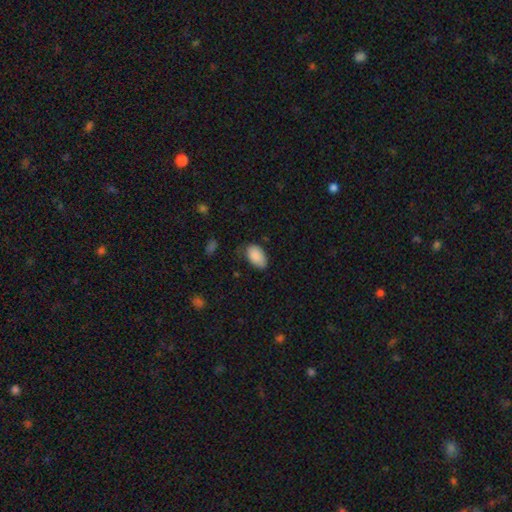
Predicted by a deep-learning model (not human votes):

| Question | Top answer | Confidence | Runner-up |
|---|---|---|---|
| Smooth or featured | smooth | 89% | star or artifact (7%) |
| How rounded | in between | 94% | round (5%) |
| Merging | none | 67% | minor disturbance (26%) |